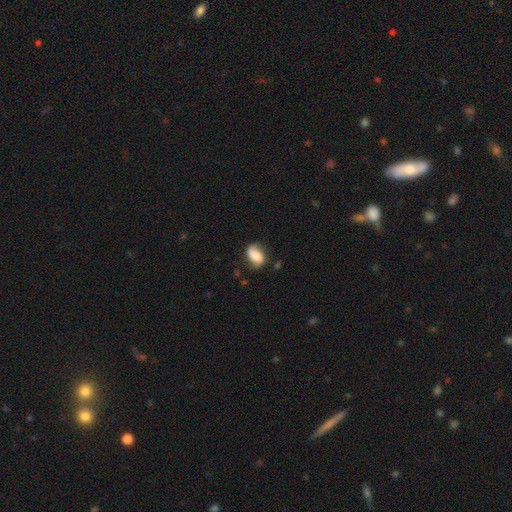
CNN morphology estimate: The model was most divided on "smooth or featured": smooth: 60%, featured or disk: 32%, star or artifact: 8%. More confident: how rounded — in between (82%); merging — none (68%).